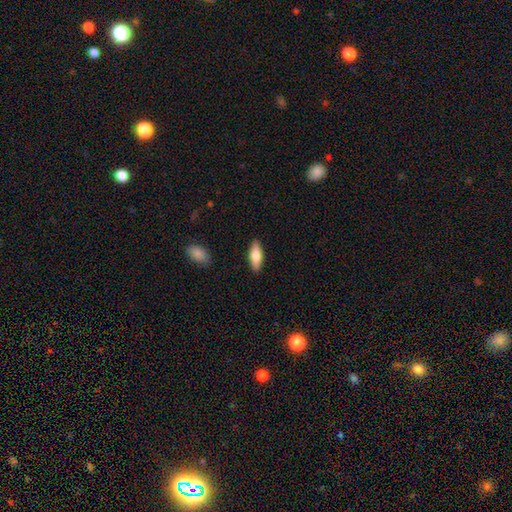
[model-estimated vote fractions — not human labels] Morphology: type=smooth (69%); roundness=in between (64%); merging=none (88%).